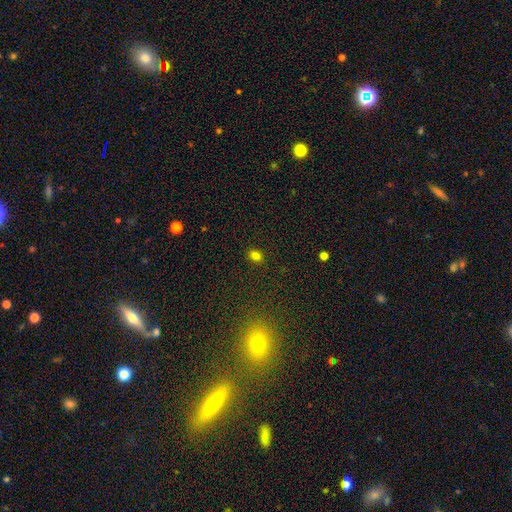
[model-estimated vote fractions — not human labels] Smooth or featured?
  - smooth: 80% *
  - star or artifact: 15%
  - featured or disk: 5%
How rounded?
  - in between: 56% *
  - round: 43%
  - cigar-shaped: 1%
Merging?
  - none: 88% *
  - minor disturbance: 9%
  - major disturbance: 2%
  - merger: 1%